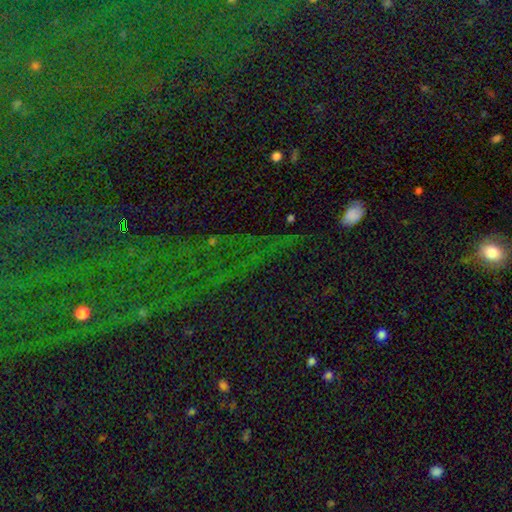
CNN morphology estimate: smooth_or_featured: star or artifact (p=0.76) [alt: smooth p=0.13]